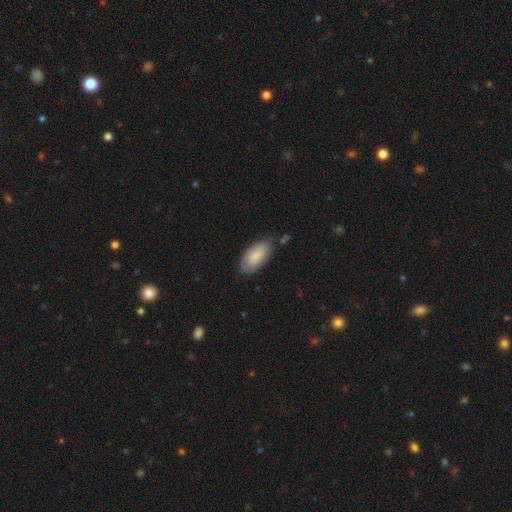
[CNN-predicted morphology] Smooth or featured?
  - smooth: 85% *
  - featured or disk: 9%
  - star or artifact: 6%
How rounded?
  - in between: 93% *
  - cigar-shaped: 5%
  - round: 2%
Merging?
  - none: 76% *
  - minor disturbance: 18%
  - major disturbance: 3%
  - merger: 2%